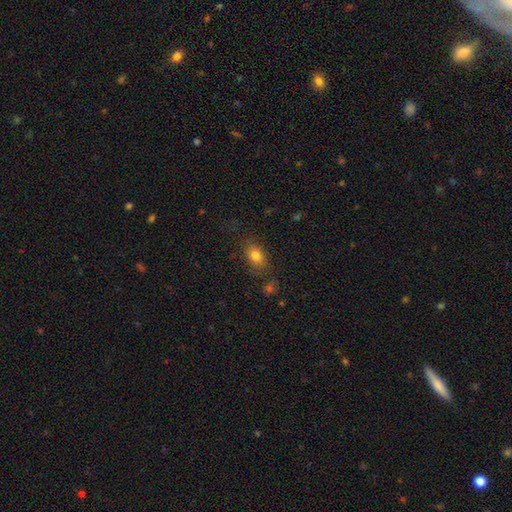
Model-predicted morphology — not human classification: This is likely a smooth galaxy (80%). How rounded: likely in between (77%). Merging: likely none (74%).